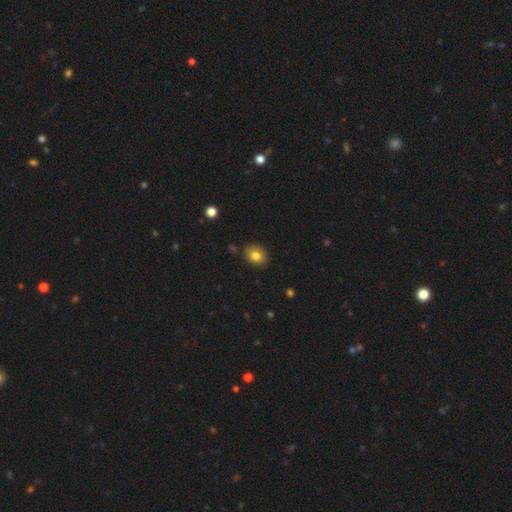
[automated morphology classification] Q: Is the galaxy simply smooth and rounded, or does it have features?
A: smooth — 82%.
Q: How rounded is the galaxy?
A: in between — 51%.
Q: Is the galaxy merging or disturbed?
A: none — 86%.